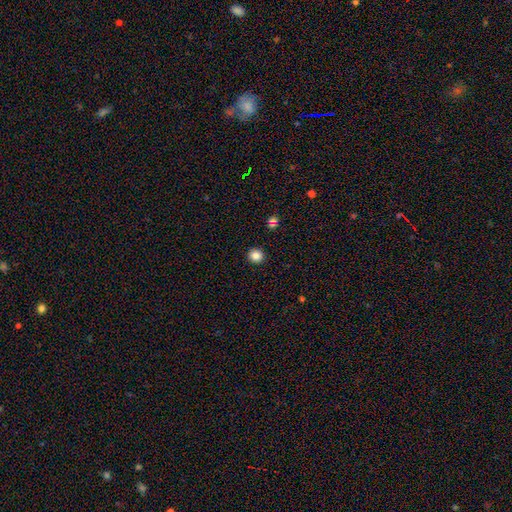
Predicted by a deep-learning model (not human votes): smooth_or_featured: smooth (p=0.85) [alt: star or artifact p=0.11]
how_rounded: round (p=0.89) [alt: in between p=0.10]
merging: none (p=0.92) [alt: minor disturbance p=0.05]